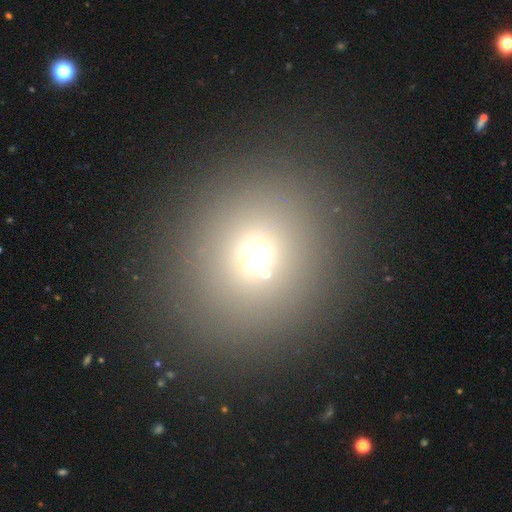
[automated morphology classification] This appears to be a smooth galaxy with no disk features (65%) that is round (87%). Merging: none (84%).